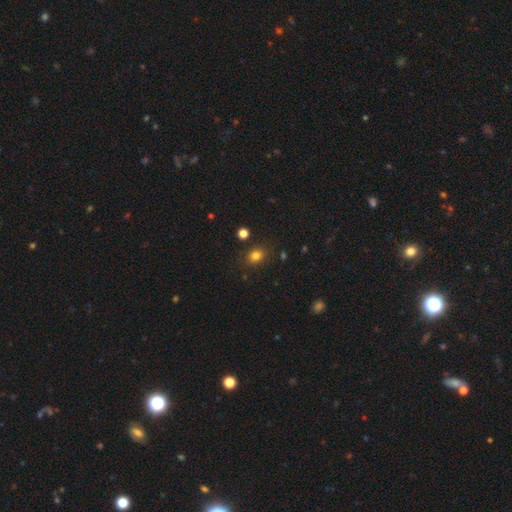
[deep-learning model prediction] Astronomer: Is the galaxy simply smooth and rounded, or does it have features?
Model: smooth — 80%.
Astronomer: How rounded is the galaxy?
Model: in between — 52% (runner-up: round, 47%).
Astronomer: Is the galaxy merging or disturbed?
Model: none — 82%.